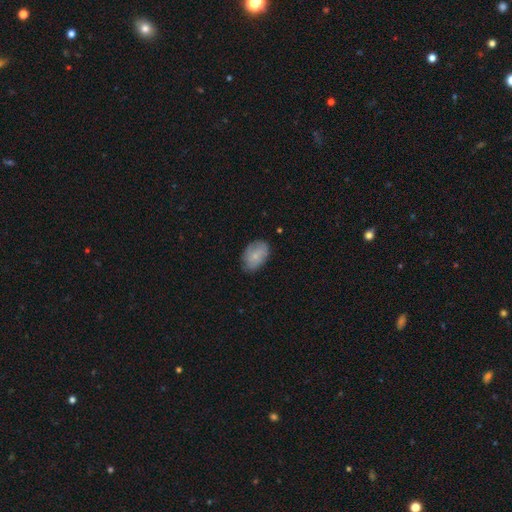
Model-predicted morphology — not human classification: Smooth or featured? Predicted: smooth (p=0.69). How rounded? Predicted: in between (p=0.84). Merging? Predicted: none (p=0.74).